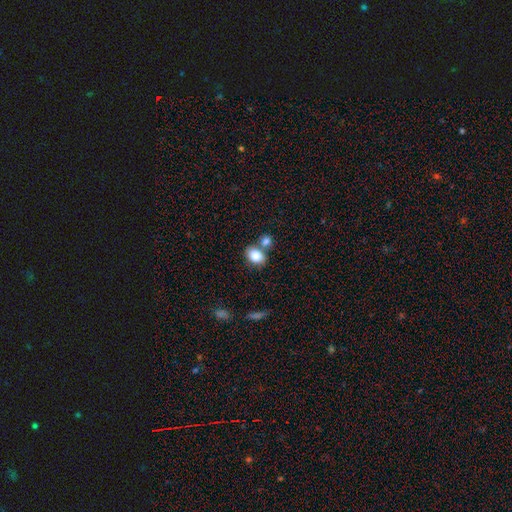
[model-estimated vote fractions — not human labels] A smooth galaxy with no disk features (85%) that is in between round and cigar-shaped (67%). Merging: none (51%).